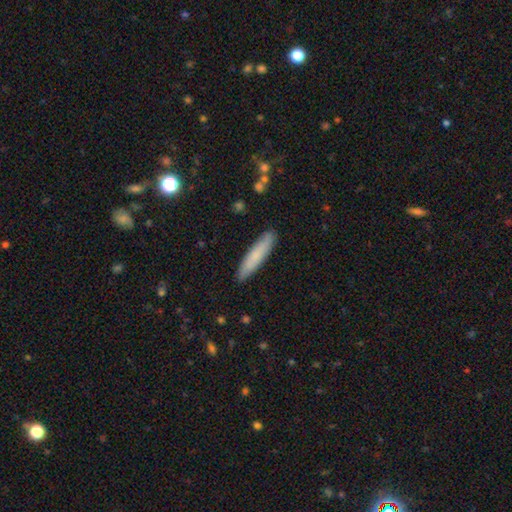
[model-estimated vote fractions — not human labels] This appears to be a smooth galaxy with no disk features (78%) that is cigar-shaped (88%). Merging: none (89%).